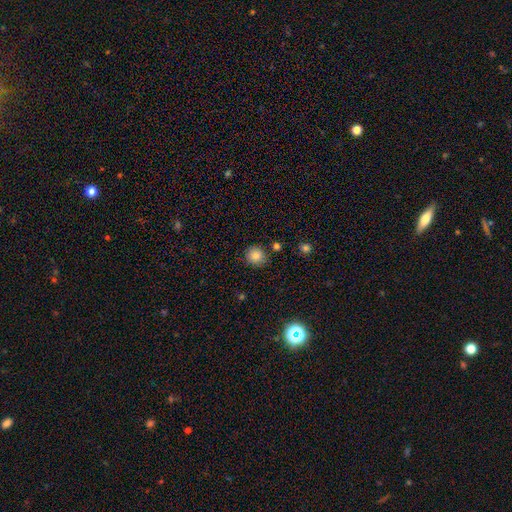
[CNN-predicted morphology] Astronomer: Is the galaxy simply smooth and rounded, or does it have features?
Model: smooth — 83%.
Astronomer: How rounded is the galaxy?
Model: round — 91%.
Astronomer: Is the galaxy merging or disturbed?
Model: none — 85%.